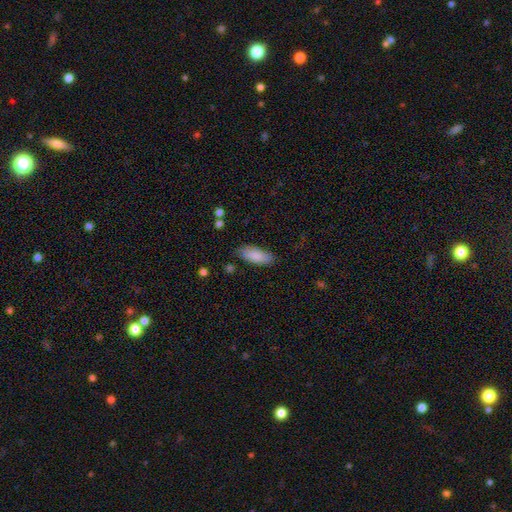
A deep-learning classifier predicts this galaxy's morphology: Q: Smooth or featured?
A: smooth (87%); runner-up: featured or disk (7%)
Q: How rounded?
A: in between (78%); runner-up: cigar-shaped (20%)
Q: Merging?
A: none (82%); runner-up: minor disturbance (13%)